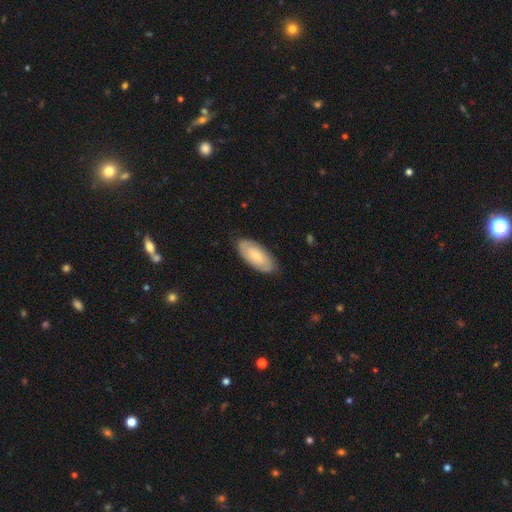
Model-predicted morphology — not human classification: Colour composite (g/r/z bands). It shows a smooth galaxy with no disk features (59%) that is in between round and cigar-shaped (88%). Merging: none (84%).